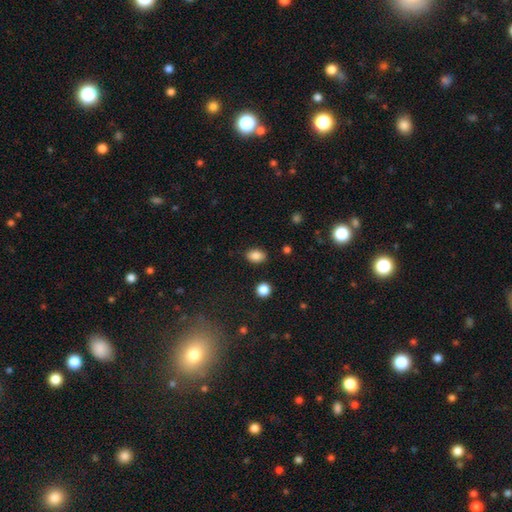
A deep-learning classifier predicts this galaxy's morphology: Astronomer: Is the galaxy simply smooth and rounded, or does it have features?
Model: smooth — 86%.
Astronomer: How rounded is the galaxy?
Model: in between — 81%.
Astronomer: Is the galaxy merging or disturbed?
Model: none — 86%.